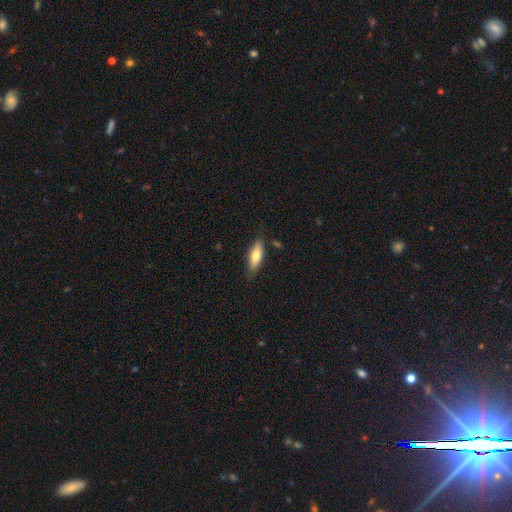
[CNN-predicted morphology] smooth_or_featured: smooth (p=0.70) [alt: featured or disk p=0.24]
how_rounded: in between (p=0.63) [alt: cigar-shaped p=0.35]
merging: none (p=0.80) [alt: minor disturbance p=0.15]